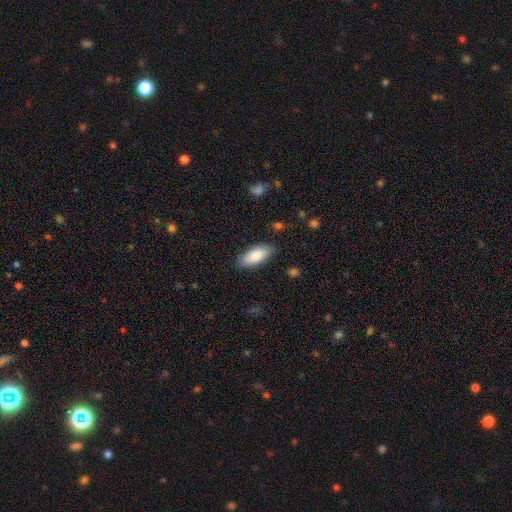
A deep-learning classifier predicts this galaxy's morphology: Overall: smooth (85%). How rounded: in between (85%). Merging: none (85%).